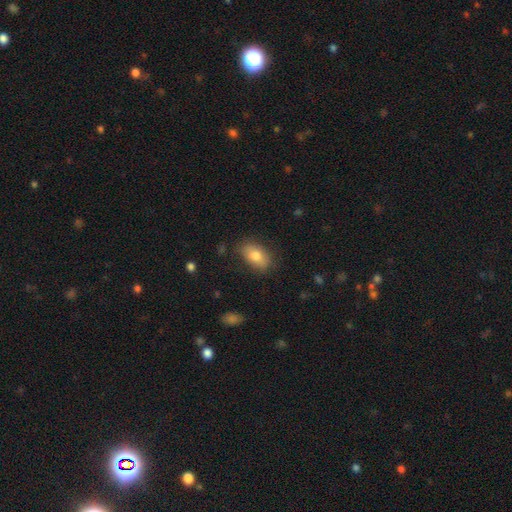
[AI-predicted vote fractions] A smooth galaxy with no disk features (80%) that is in between round and cigar-shaped (90%). Merging: none (81%).